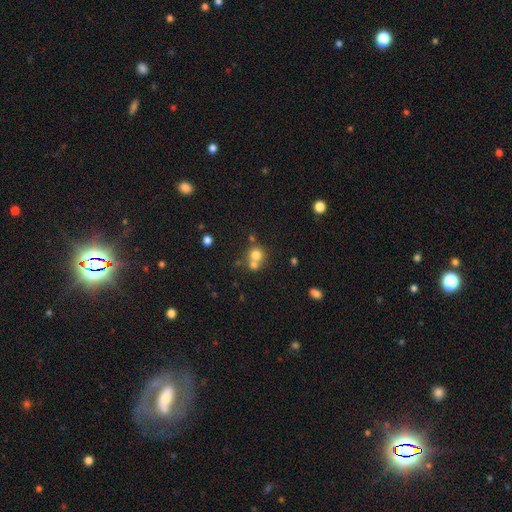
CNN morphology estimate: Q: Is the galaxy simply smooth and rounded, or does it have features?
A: smooth — 72%.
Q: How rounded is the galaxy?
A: round — 85%.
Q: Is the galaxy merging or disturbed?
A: merger — 49%.